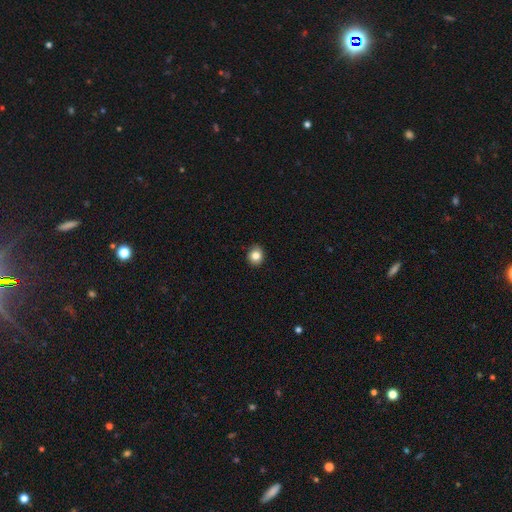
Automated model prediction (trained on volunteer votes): smooth-or-featured: smooth: 84% | star or artifact: 10% | featured or disk: 7%
  how-rounded: round: 67% | in between: 32% | cigar-shaped: 1%
  merging: none: 90% | minor disturbance: 7% | major disturbance: 2% | merger: 1%